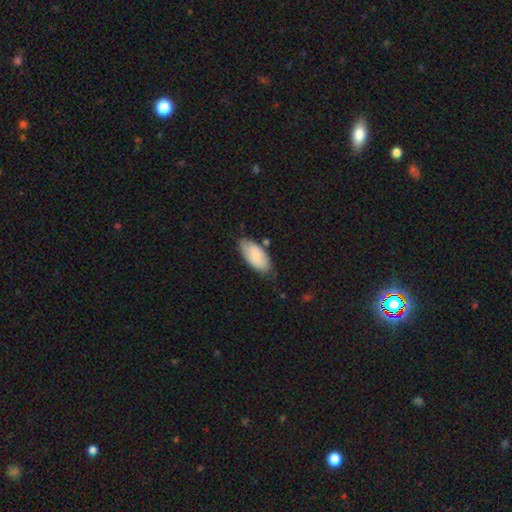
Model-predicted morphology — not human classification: A smooth galaxy with no disk features (76%) that is in between round and cigar-shaped (92%).

Vote fractions:
- Smooth or featured? smooth: 76% / featured or disk: 19% / star or artifact: 6%
- How rounded? in between: 92% / cigar-shaped: 6% / round: 2%
- Merging? none: 70% / minor disturbance: 22% / merger: 4% / major disturbance: 4%